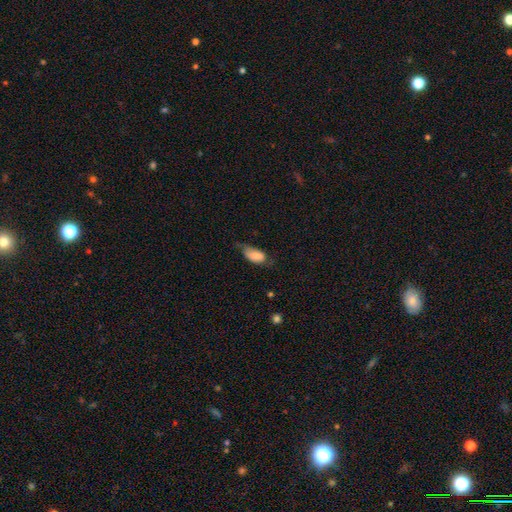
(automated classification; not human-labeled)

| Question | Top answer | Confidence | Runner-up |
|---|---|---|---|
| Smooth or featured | smooth | 78% | featured or disk (15%) |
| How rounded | in between | 91% | cigar-shaped (6%) |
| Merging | minor disturbance | 40% | none (32%) |